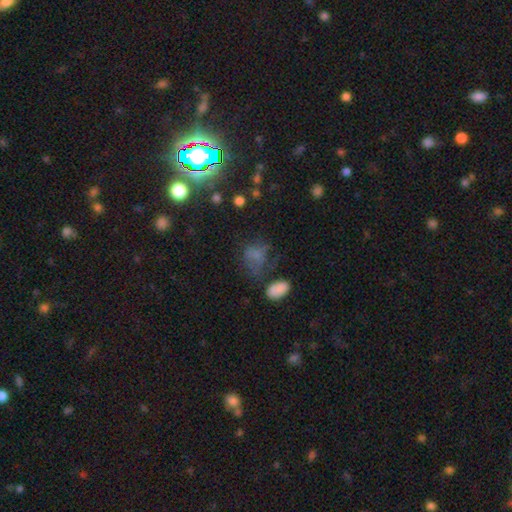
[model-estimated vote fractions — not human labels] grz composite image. It shows a smooth galaxy with no disk features (58%) that is in between round and cigar-shaped (56%). Merging: none (40%).